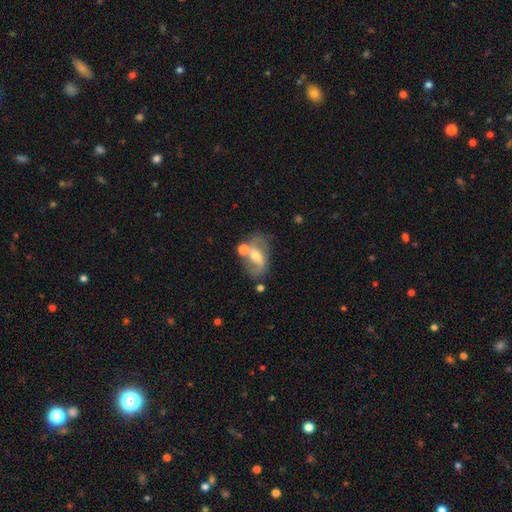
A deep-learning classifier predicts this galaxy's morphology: The model was most divided on "bar": weak: 44%, no: 32%, strong: 24%. More confident: edge-on disk — no (95%); spiral arms — yes (77%); smooth or featured — featured or disk (62%); bulge size — moderate (59%); merging — none (54%).